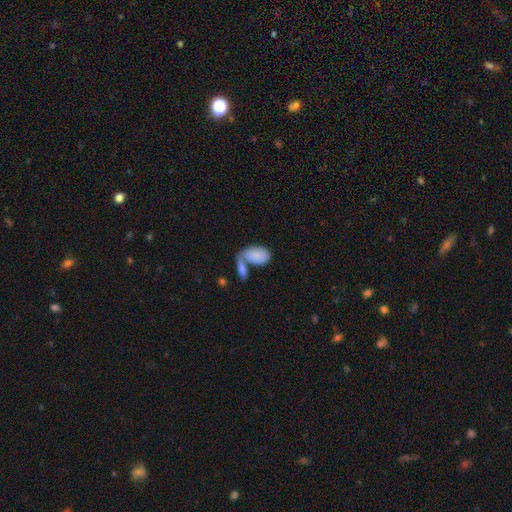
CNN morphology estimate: type=smooth (77%); roundness=in between (93%); merging=merger (47%).